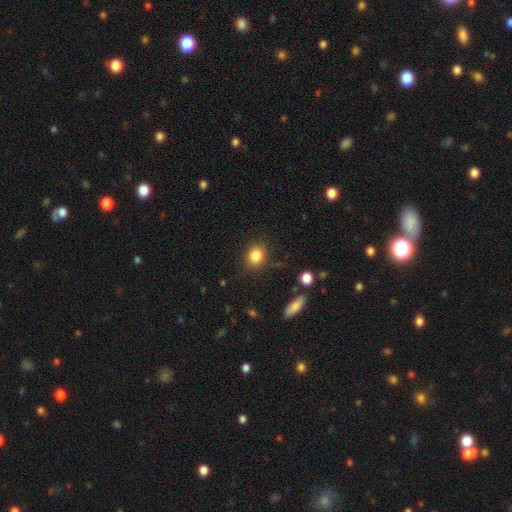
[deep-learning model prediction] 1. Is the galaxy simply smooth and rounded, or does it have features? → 84% smooth, 10% star or artifact, 6% featured or disk.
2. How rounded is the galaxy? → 59% round, 40% in between, 1% cigar-shaped.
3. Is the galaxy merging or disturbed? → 84% none, 11% minor disturbance, 3% major disturbance, 2% merger.